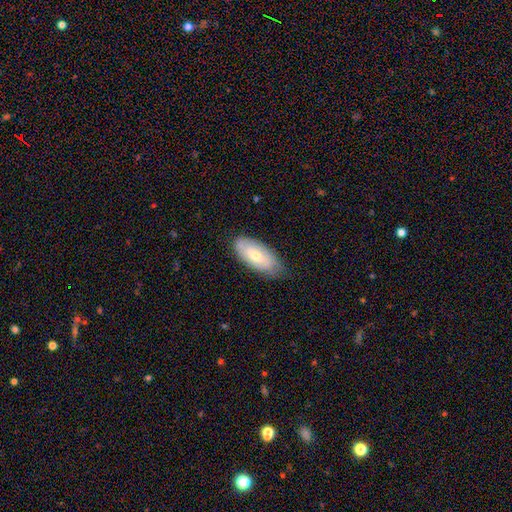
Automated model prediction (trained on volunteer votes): smooth 59%, featured or disk 35%, star or artifact 6%. Down the decision tree: how rounded — in between (89%); merging — none (73%).